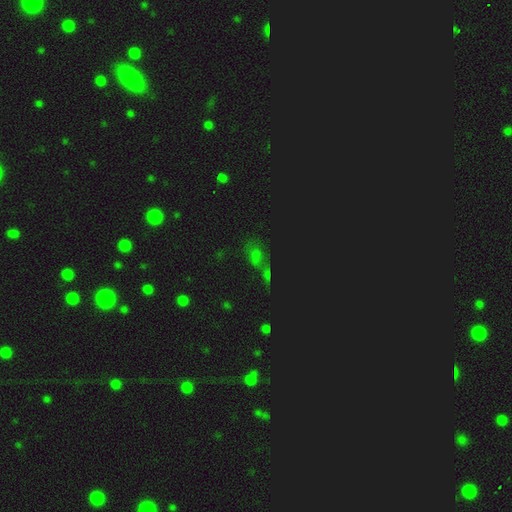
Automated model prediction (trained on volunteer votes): This is possibly a star or artifact rather than a galaxy (58%).